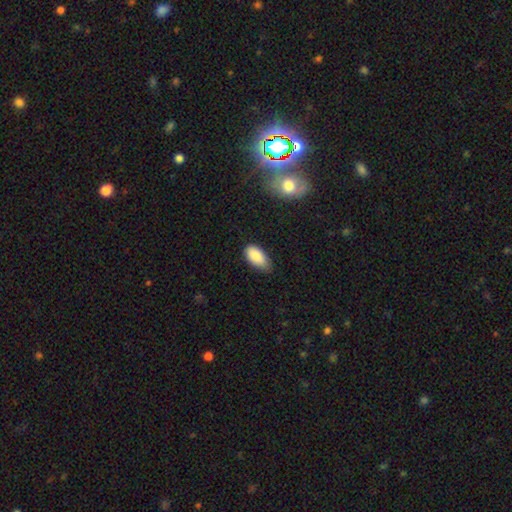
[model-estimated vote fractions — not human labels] Smooth or featured?
  - smooth: 87% *
  - star or artifact: 7%
  - featured or disk: 6%
How rounded?
  - in between: 93% *
  - cigar-shaped: 4%
  - round: 3%
Merging?
  - none: 62% *
  - minor disturbance: 32%
  - major disturbance: 4%
  - merger: 2%